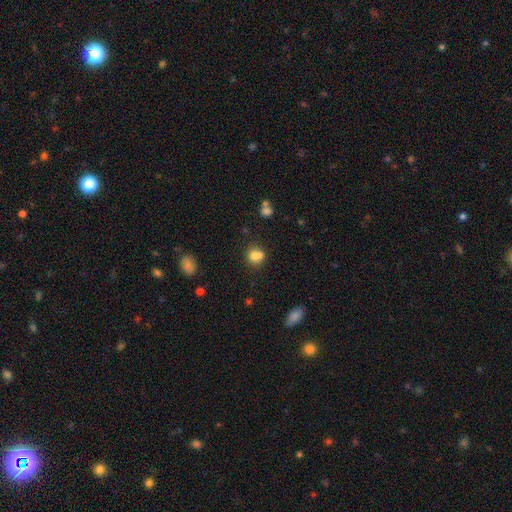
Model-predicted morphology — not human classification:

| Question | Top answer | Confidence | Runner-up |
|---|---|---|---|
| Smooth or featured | smooth | 77% | star or artifact (12%) |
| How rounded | round | 59% | in between (40%) |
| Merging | none | 45% | merger (36%) |